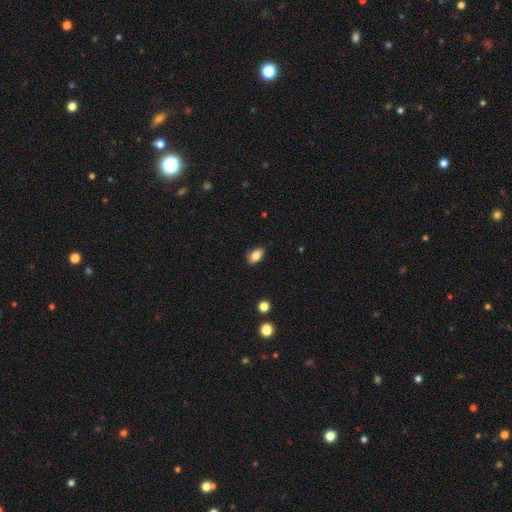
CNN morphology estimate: Smooth or featured?
  - smooth: 83% *
  - featured or disk: 9%
  - star or artifact: 8%
How rounded?
  - in between: 90% *
  - round: 8%
  - cigar-shaped: 2%
Merging?
  - none: 85% *
  - minor disturbance: 12%
  - major disturbance: 2%
  - merger: 1%